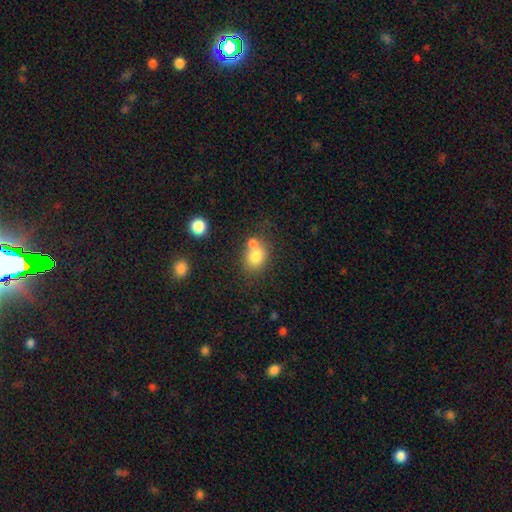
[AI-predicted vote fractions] Morphology: type=smooth (78%); roundness=round (57%); merging=none (47%).